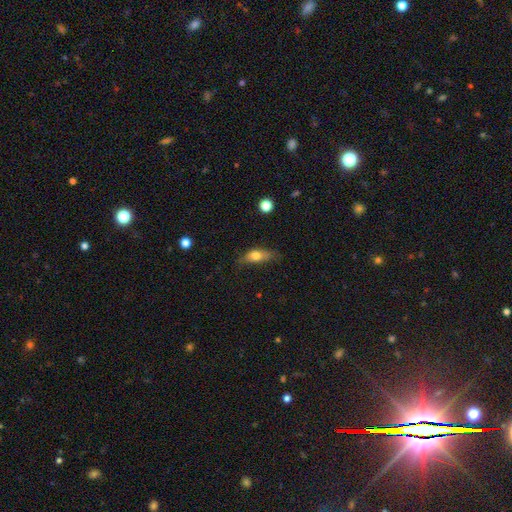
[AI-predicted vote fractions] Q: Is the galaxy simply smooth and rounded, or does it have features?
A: smooth — 70%.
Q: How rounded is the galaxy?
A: in between — 69%.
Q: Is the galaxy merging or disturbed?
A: none — 53%.